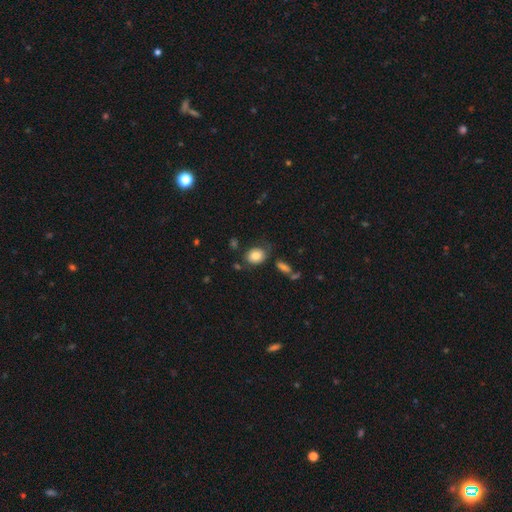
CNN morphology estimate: This is likely a smooth galaxy (79%). How rounded: possibly in between (53%). Merging: likely none (66%).